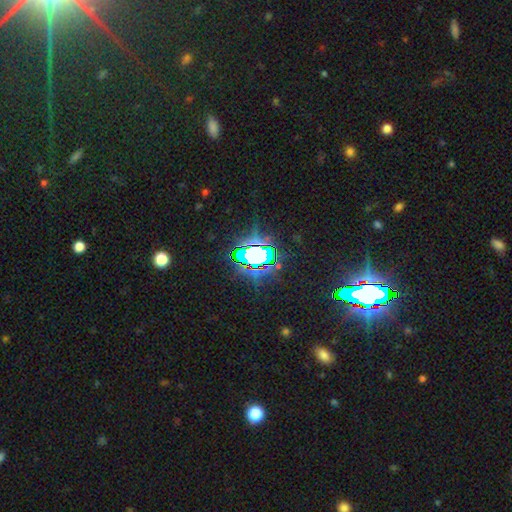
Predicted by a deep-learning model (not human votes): The model was most divided on "smooth or featured": star or artifact: 71%, smooth: 17%, featured or disk: 13%.